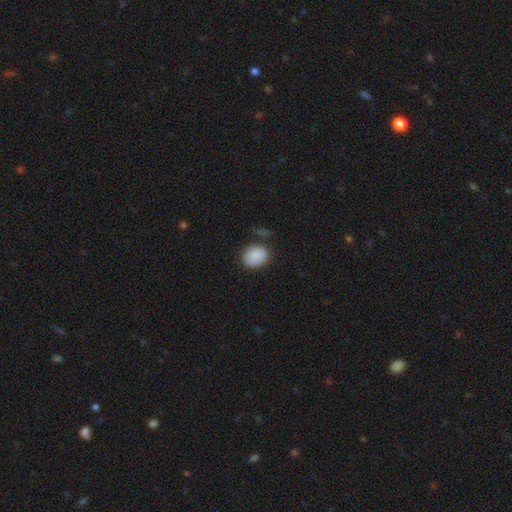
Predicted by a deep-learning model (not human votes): Smooth or featured: smooth — 88% (star or artifact — 8%)
How rounded: round — 53% (in between — 46%)
Merging: none — 75% (minor disturbance — 16%)